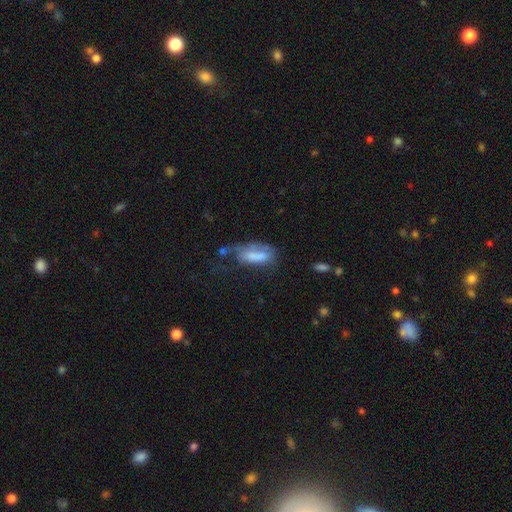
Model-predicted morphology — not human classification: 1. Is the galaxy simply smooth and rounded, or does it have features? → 62% smooth, 28% featured or disk, 9% star or artifact.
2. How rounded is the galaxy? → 77% in between, 20% cigar-shaped, 3% round.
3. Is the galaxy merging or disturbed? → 42% major disturbance, 25% minor disturbance, 24% none, 10% merger.